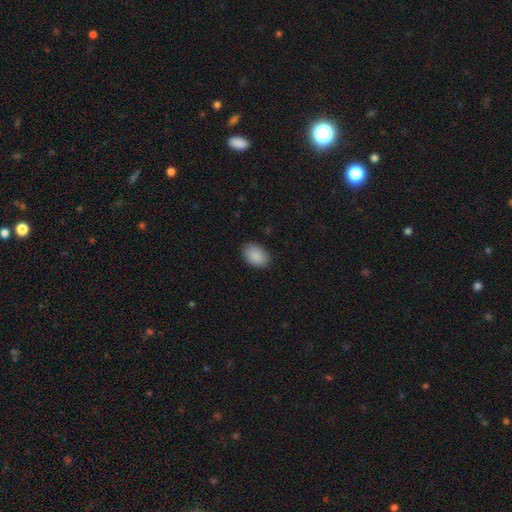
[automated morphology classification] Smooth or featured? smooth (89%)
How rounded? in between (86%)
Merging? none (86%)